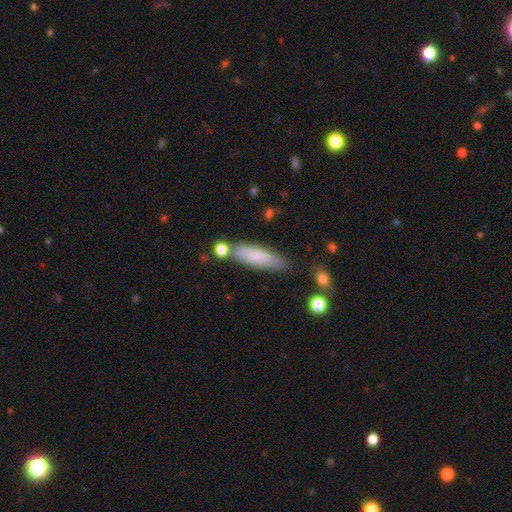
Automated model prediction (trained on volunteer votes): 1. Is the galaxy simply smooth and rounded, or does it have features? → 80% smooth, 13% featured or disk, 7% star or artifact.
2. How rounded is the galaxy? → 58% cigar-shaped, 40% in between, 2% round.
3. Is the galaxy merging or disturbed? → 72% none, 16% minor disturbance, 8% merger, 4% major disturbance.